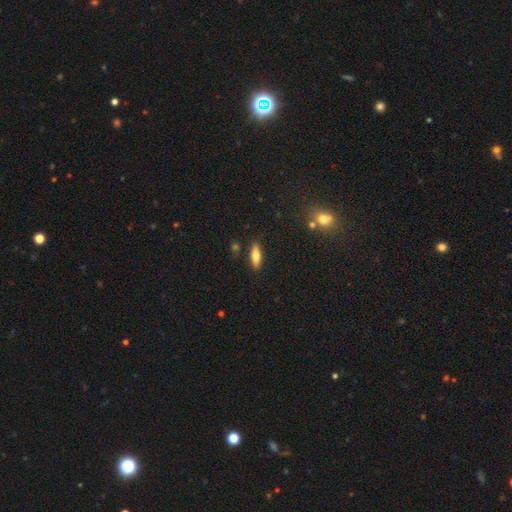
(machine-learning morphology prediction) Q: Smooth or featured?
A: smooth (69%); runner-up: featured or disk (24%)
Q: How rounded?
A: in between (58%); runner-up: cigar-shaped (40%)
Q: Merging?
A: none (86%); runner-up: minor disturbance (9%)